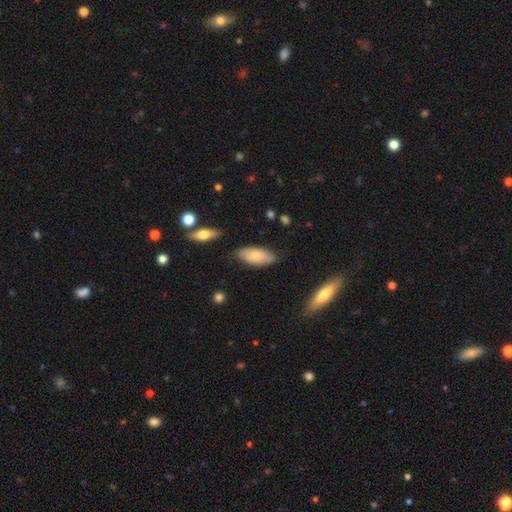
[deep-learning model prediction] Smooth or featured? smooth (71%)
How rounded? in between (87%)
Merging? none (78%)